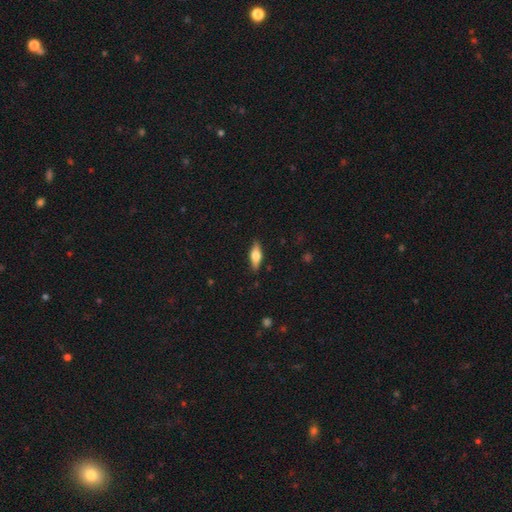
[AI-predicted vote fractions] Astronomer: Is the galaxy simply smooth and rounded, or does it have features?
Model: smooth — 51% (runner-up: featured or disk, 43%).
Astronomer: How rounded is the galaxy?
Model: in between — 56% (runner-up: cigar-shaped, 41%).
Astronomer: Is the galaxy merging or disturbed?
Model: none — 88%.